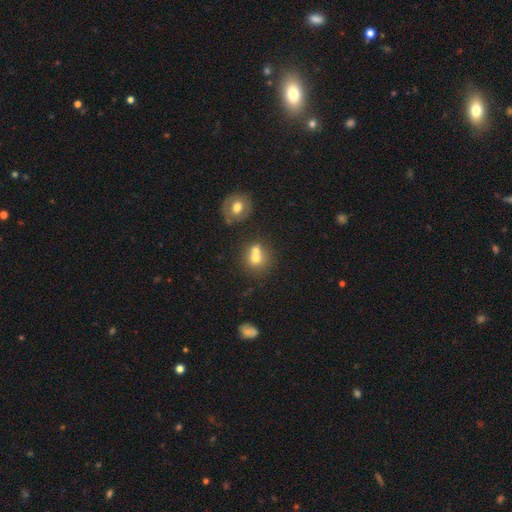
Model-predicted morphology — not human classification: type=smooth (66%); roundness=round (82%); merging=merger (51%).